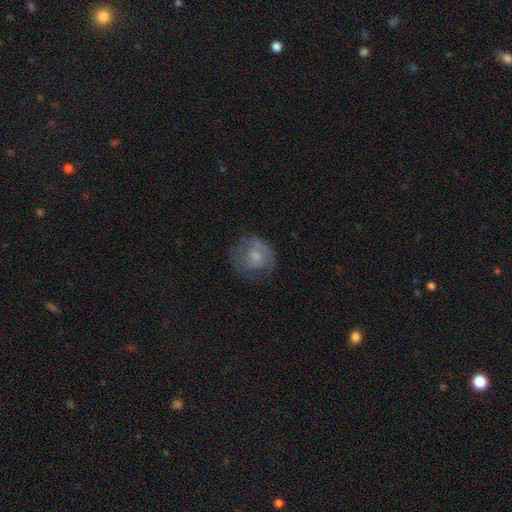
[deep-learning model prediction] Smooth or featured? featured or disk (54%)
Edge-on disk? no (98%)
Bar? no (63%)
Spiral arms? yes (71%)
Bulge size? small (40%)
Merging? none (59%)